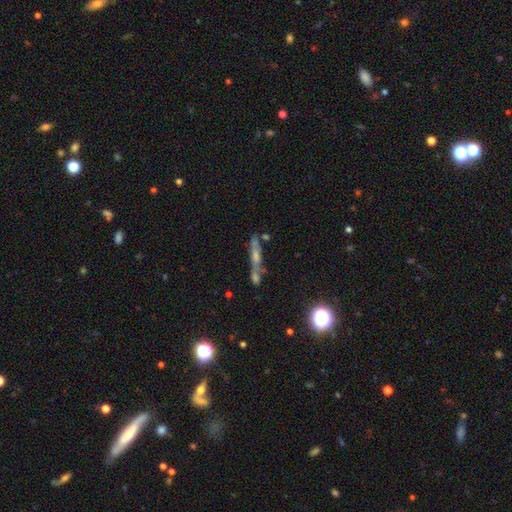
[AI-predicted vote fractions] Q: Smooth or featured?
A: featured or disk (51%); runner-up: smooth (28%)
Q: Edge-on disk?
A: yes (72%); runner-up: no (28%)
Q: Merging?
A: none (51%); runner-up: merger (25%)